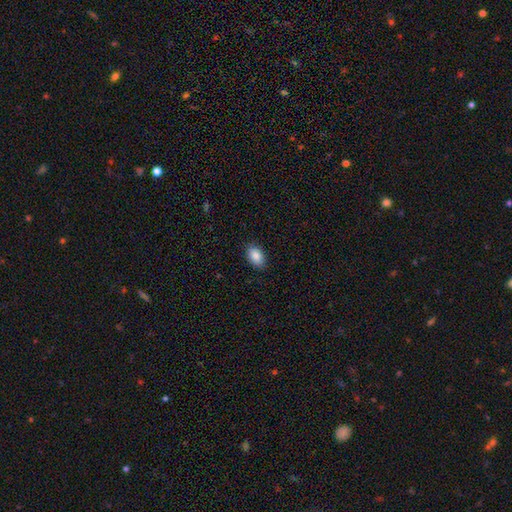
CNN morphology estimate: smooth 89%, star or artifact 7%, featured or disk 4%. Down the decision tree: how rounded — in between (90%); merging — none (88%).